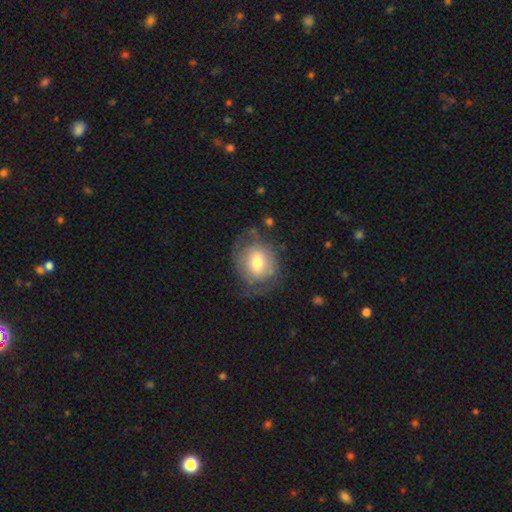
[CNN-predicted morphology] smooth 50%, featured or disk 41%, star or artifact 8%. Down the decision tree: how rounded — round (66%); merging — none (59%).